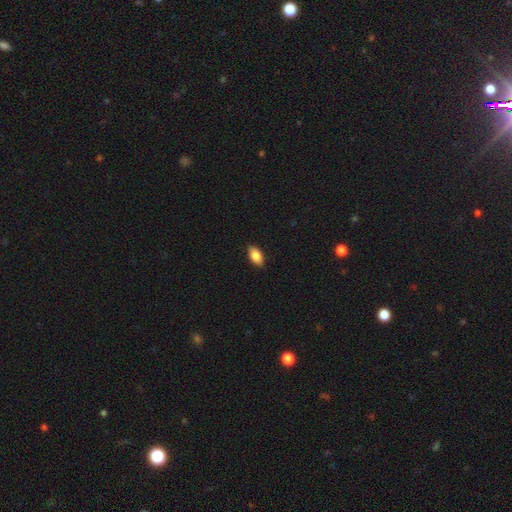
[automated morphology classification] Smooth or featured? smooth (85%)
How rounded? in between (92%)
Merging? none (89%)